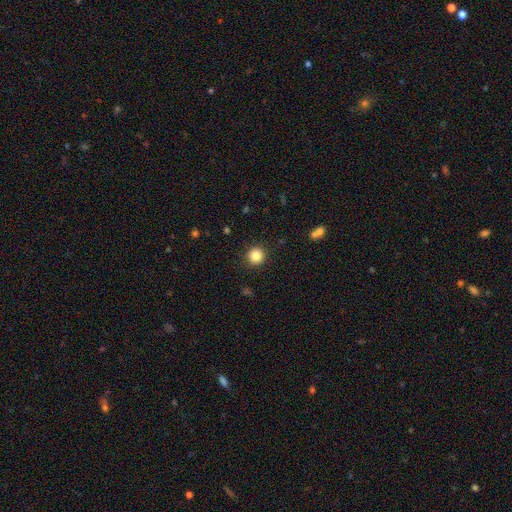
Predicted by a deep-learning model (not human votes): Overall: smooth (85%). How rounded: round (93%). Merging: none (91%).